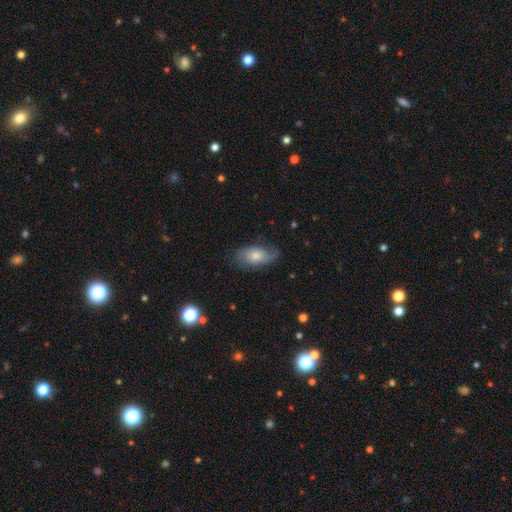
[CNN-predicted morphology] smooth-or-featured: featured or disk: 47% | smooth: 46% | star or artifact: 7%
  merging: none: 65% | minor disturbance: 24% | major disturbance: 10% | merger: 1%